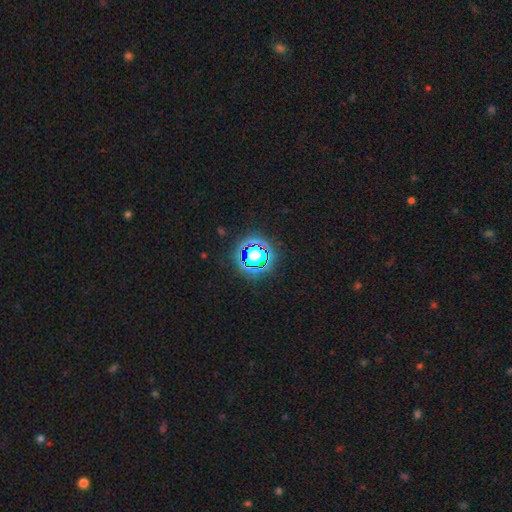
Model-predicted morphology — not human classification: smooth-or-featured: star or artifact: 81% | smooth: 13% | featured or disk: 7%